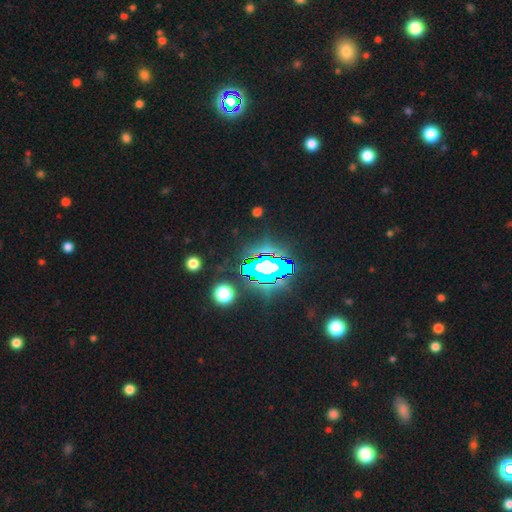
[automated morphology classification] A star or artifact, not a galaxy (70%).

Vote fractions:
- Smooth or featured? star or artifact: 70% / featured or disk: 15% / smooth: 15%